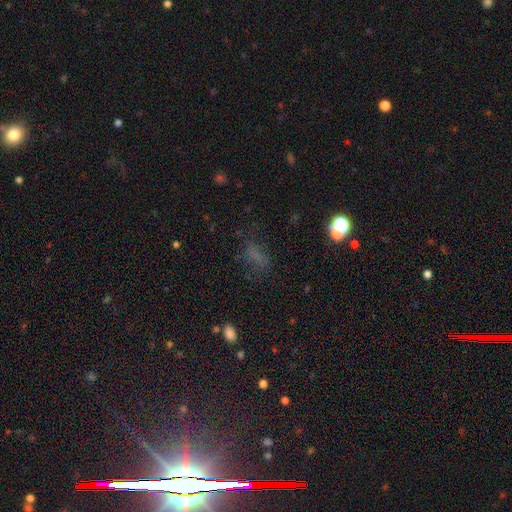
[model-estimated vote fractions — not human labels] Smooth or featured: smooth — 56% (star or artifact — 29%)
How rounded: in between — 71% (round — 16%)
Merging: none — 60% (minor disturbance — 20%)